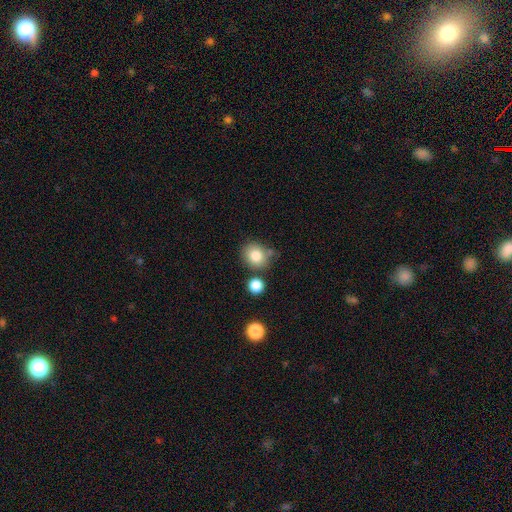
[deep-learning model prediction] A smooth galaxy with no disk features (82%) that is round (73%). Merging: none (70%).